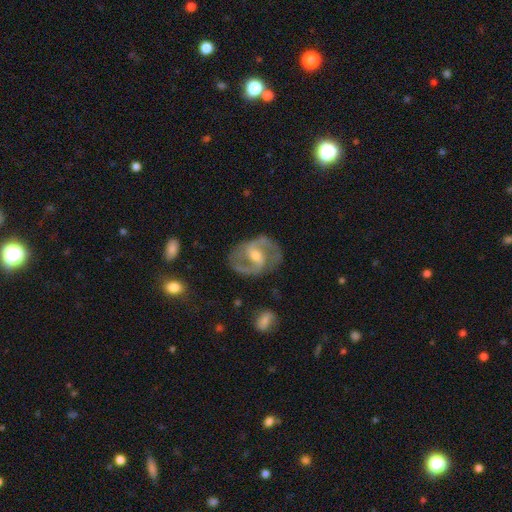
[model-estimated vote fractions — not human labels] featured or disk 88%, smooth 7%, star or artifact 5%. Down the decision tree: edge-on disk — no (97%); bar — weak (45%); spiral arms — yes (95%); spiral arm count — 2 (92%); spiral winding — medium (58%); bulge size — moderate (56%); merging — none (79%).